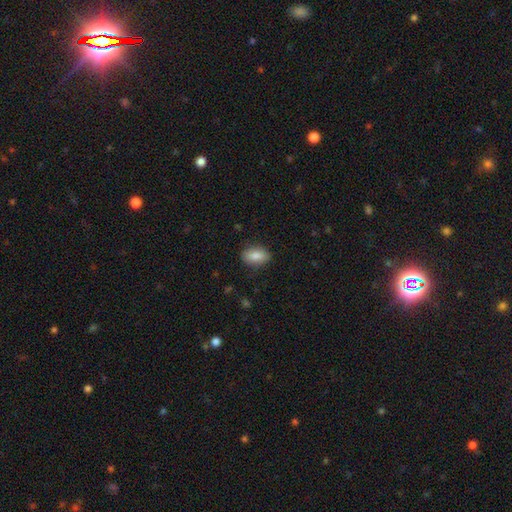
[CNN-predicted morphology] Overall: smooth (84%). How rounded: in between (88%). Merging: none (83%).